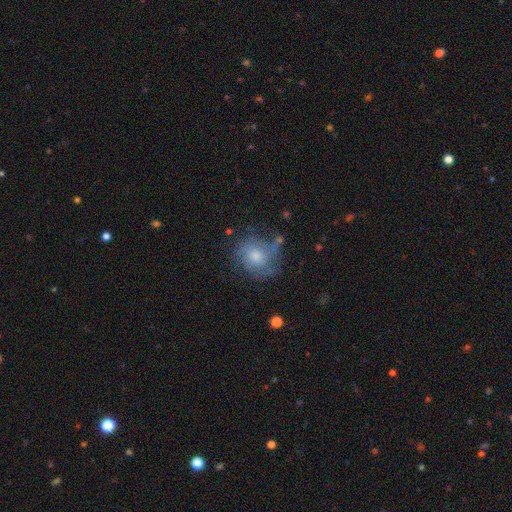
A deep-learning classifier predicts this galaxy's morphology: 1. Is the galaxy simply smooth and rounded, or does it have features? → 56% featured or disk, 32% smooth, 12% star or artifact.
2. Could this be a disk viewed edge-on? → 97% no, 3% yes.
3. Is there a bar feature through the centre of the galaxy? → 78% no, 19% weak, 3% strong.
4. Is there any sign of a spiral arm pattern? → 80% yes, 20% no.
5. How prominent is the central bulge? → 61% moderate, 25% small, 10% large, 3% none, 1% dominant.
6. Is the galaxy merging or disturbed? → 62% none, 22% minor disturbance, 13% major disturbance, 3% merger.